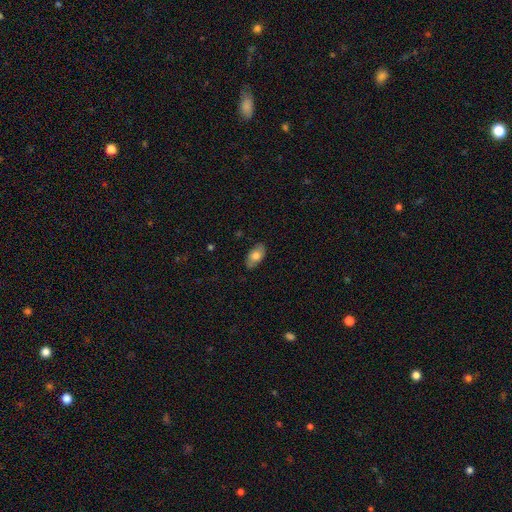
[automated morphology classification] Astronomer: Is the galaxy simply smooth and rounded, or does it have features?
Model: smooth — 74%.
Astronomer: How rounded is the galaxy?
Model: in between — 93%.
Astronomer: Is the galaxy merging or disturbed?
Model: none — 84%.